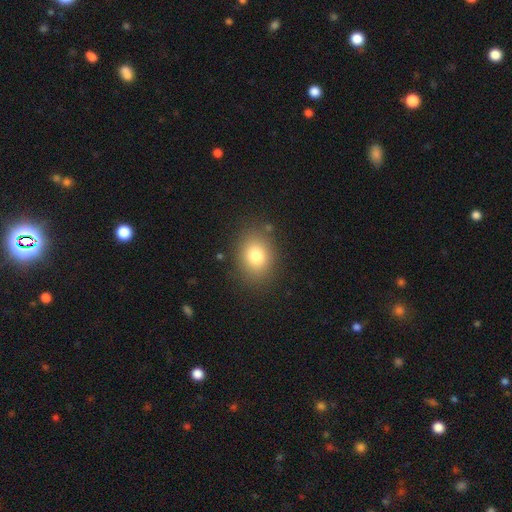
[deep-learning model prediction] smooth_or_featured: smooth (p=0.79) [alt: star or artifact p=0.11]
how_rounded: in between (p=0.52) [alt: round p=0.47]
merging: none (p=0.84) [alt: minor disturbance p=0.10]